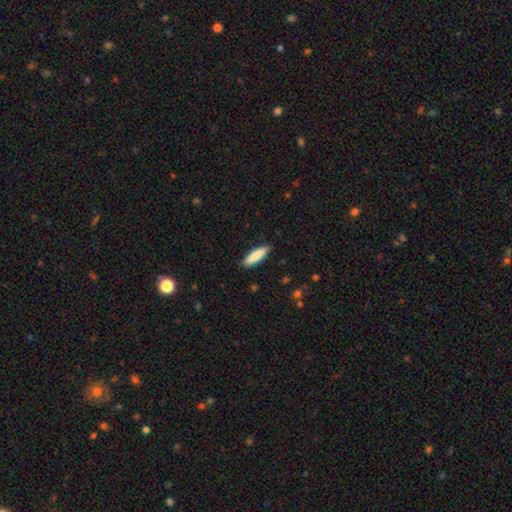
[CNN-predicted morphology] smooth_or_featured: smooth (p=0.86) [alt: featured or disk p=0.09]
how_rounded: cigar-shaped (p=0.69) [alt: in between p=0.30]
merging: none (p=0.88) [alt: minor disturbance p=0.09]